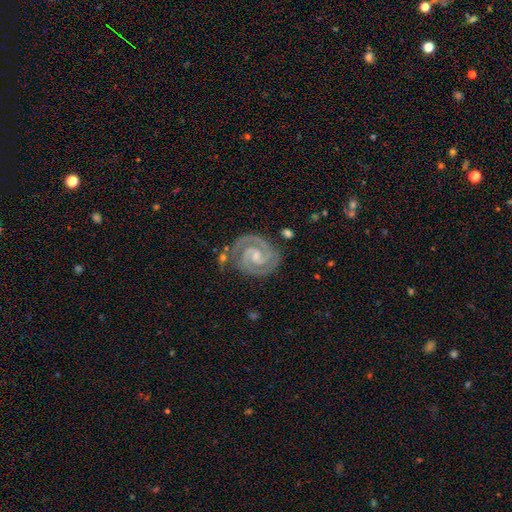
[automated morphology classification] This appears to be a featured or disk galaxy (93%) with a weak bar (44%), 2 (91%) tight (71%) spiral arms (99%) and a small central bulge (59%). Merging: none (79%).